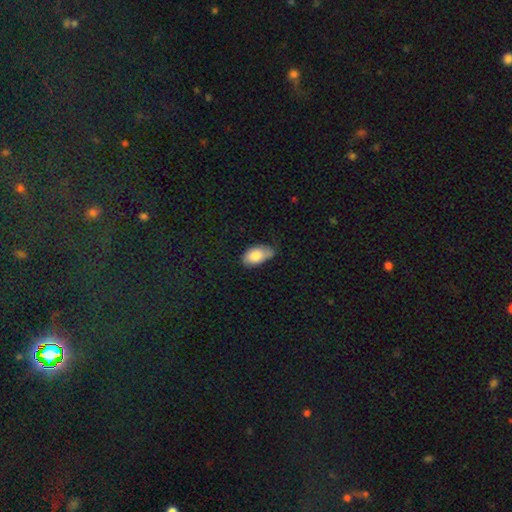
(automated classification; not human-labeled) smooth-or-featured: smooth: 83% | featured or disk: 10% | star or artifact: 7%
  how-rounded: in between: 93% | round: 5% | cigar-shaped: 2%
  merging: none: 50% | minor disturbance: 41% | major disturbance: 7% | merger: 3%